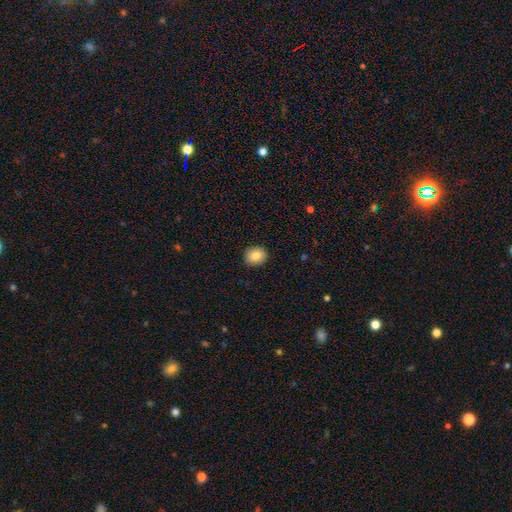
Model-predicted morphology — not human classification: Smooth or featured?
  - smooth: 84% *
  - star or artifact: 9%
  - featured or disk: 8%
How rounded?
  - round: 61% *
  - in between: 39%
  - cigar-shaped: 1%
Merging?
  - none: 90% *
  - minor disturbance: 7%
  - major disturbance: 2%
  - merger: 1%